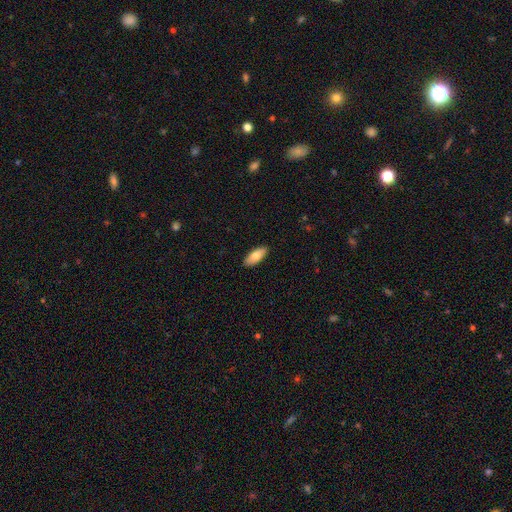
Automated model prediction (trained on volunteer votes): Smooth or featured? smooth (79%)
How rounded? in between (78%)
Merging? none (90%)